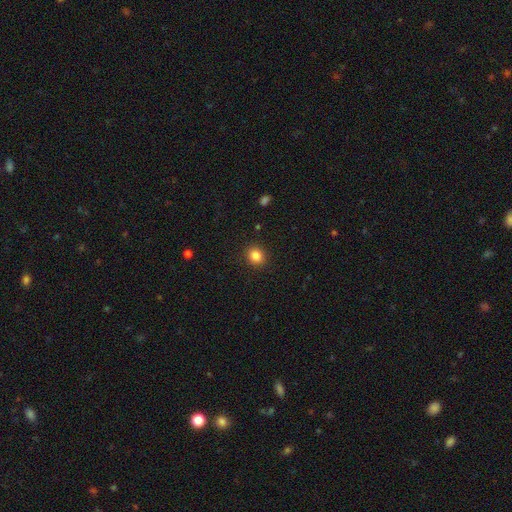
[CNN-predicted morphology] The model was most divided on "how rounded": round: 81%, in between: 18%, cigar-shaped: 1%. More confident: merging — none (91%); smooth or featured — smooth (84%).